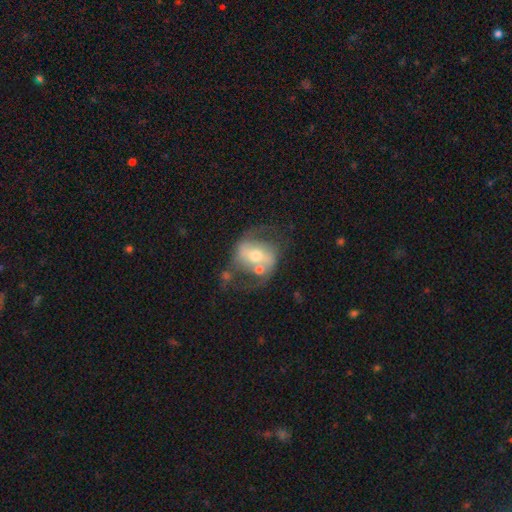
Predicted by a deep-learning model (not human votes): Q: Smooth or featured?
A: featured or disk (76%); runner-up: smooth (17%)
Q: Edge-on disk?
A: no (96%); runner-up: yes (4%)
Q: Bar?
A: strong (37%); runner-up: weak (35%)
Q: Spiral arms?
A: yes (82%); runner-up: no (18%)
Q: Spiral winding?
A: medium (46%); runner-up: loose (42%)
Q: Spiral arm count?
A: 2 (87%); runner-up: can't tell (7%)
Q: Bulge size?
A: moderate (62%); runner-up: small (28%)
Q: Merging?
A: none (51%); runner-up: minor disturbance (17%)